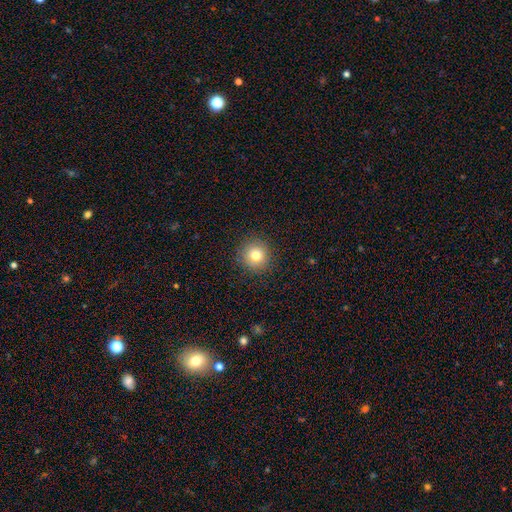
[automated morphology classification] smooth_or_featured: smooth (p=0.78) [alt: star or artifact p=0.12]
how_rounded: round (p=0.95) [alt: in between p=0.05]
merging: none (p=0.90) [alt: minor disturbance p=0.06]